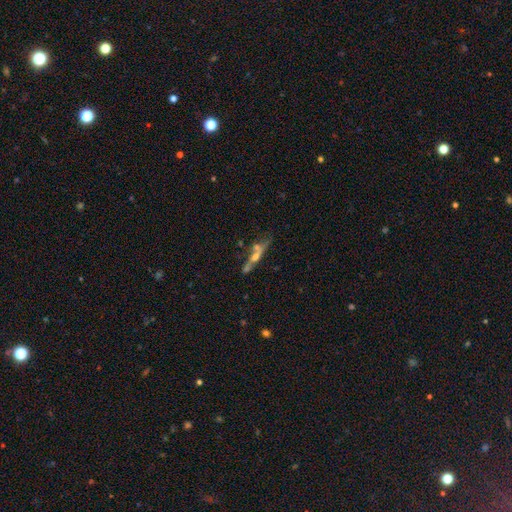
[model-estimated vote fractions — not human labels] Smooth or featured?
  - featured or disk: 62% *
  - smooth: 27%
  - star or artifact: 11%
Edge-on disk?
  - yes: 79% *
  - no: 21%
Merging?
  - none: 48% *
  - merger: 26%
  - minor disturbance: 16%
  - major disturbance: 10%